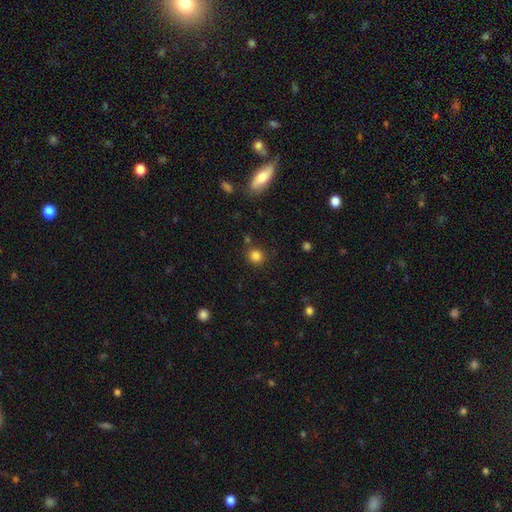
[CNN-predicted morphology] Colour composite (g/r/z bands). It shows a smooth galaxy with no disk features (83%) that is round (87%). Merging: none (82%).